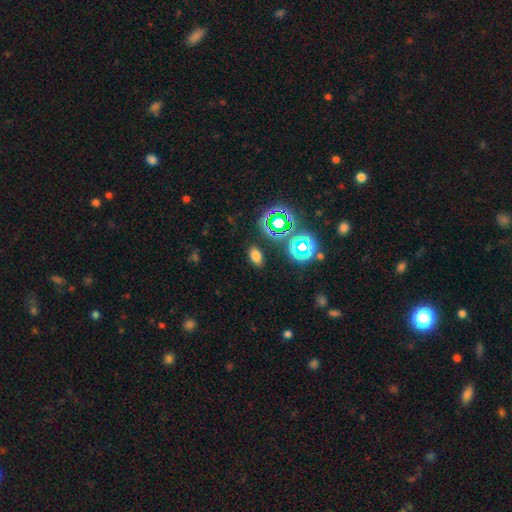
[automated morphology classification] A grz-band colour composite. It shows a smooth galaxy with no disk features (70%) that is in between round and cigar-shaped (86%). Merging: none (85%).